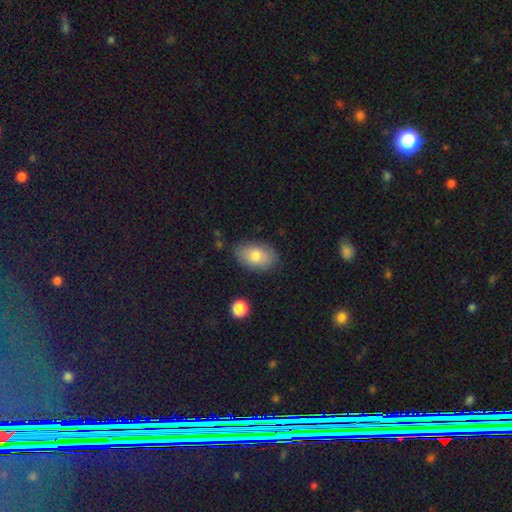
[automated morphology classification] This is likely a smooth galaxy (76%). How rounded: clearly in between (90%). Merging: clearly none (82%).